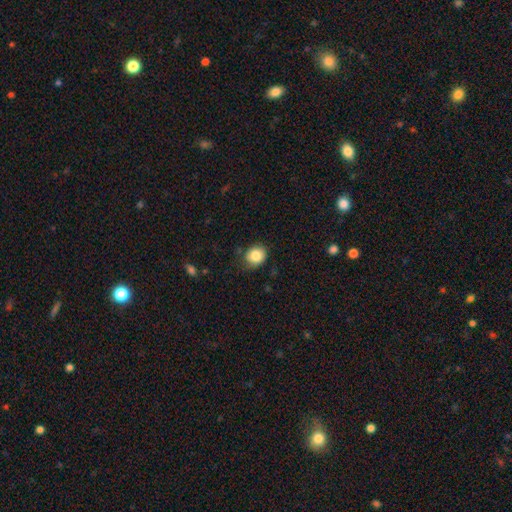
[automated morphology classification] smooth_or_featured: smooth (p=0.85) [alt: star or artifact p=0.09]
how_rounded: round (p=0.65) [alt: in between p=0.34]
merging: none (p=0.74) [alt: minor disturbance p=0.21]